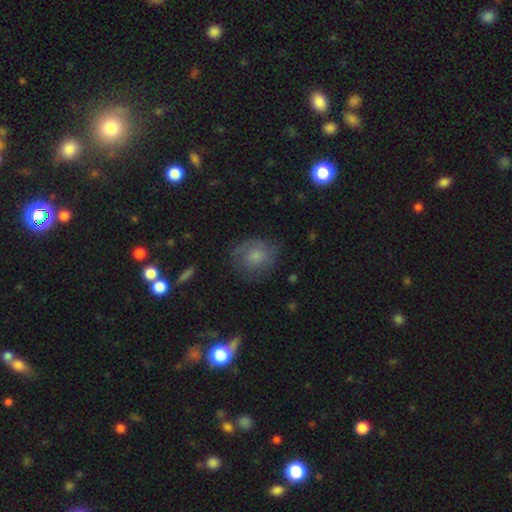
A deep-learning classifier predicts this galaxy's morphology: Smooth or featured? Predicted: smooth (p=0.57). How rounded? Predicted: round (p=0.75). Merging? Predicted: none (p=0.68).